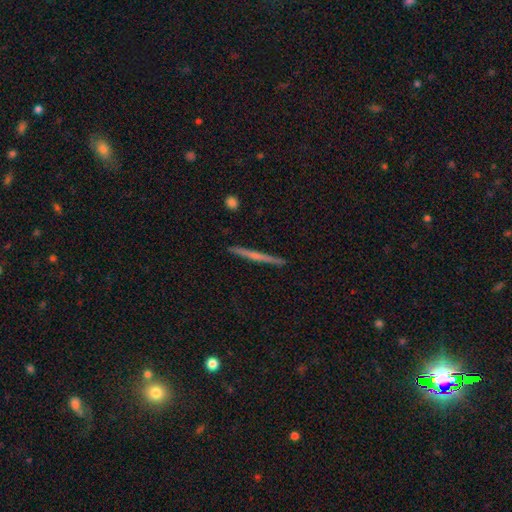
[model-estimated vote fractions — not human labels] The model was most divided on "edge-on bulge": none: 58%, rounded: 35%, boxy: 7%. More confident: edge-on disk — yes (98%); merging — none (92%); smooth or featured — featured or disk (62%).